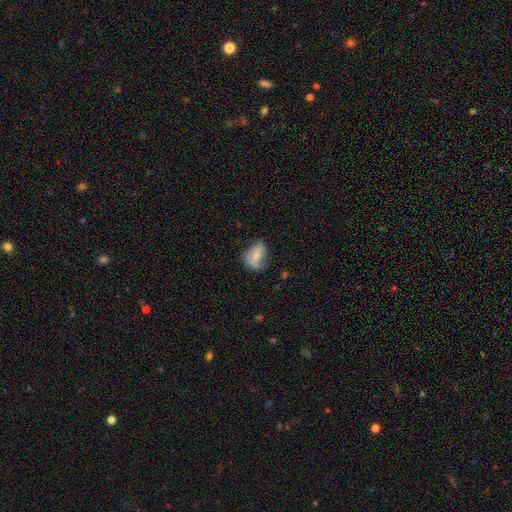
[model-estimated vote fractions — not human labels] smooth 59%, featured or disk 33%, star or artifact 8%. Down the decision tree: how rounded — in between (72%); merging — none (47%).